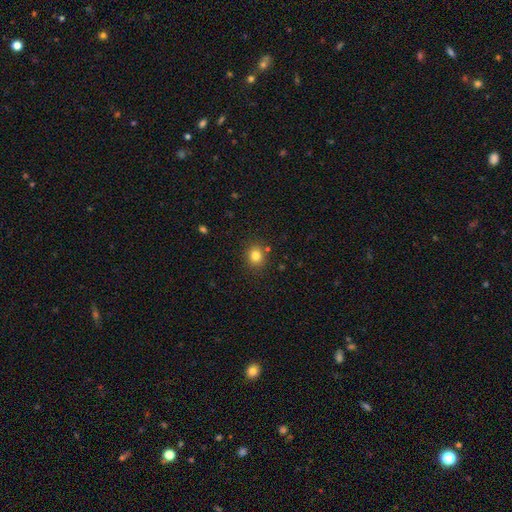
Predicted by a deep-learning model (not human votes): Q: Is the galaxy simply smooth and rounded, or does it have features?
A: smooth — 82%.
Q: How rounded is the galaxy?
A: round — 79%.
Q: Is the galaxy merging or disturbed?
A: none — 85%.